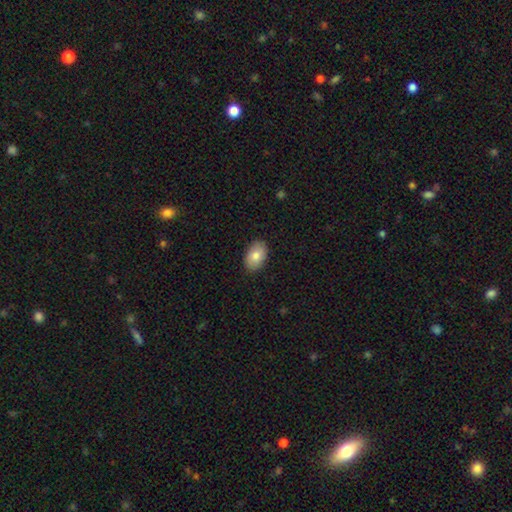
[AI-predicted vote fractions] smooth_or_featured: smooth (p=0.81) [alt: featured or disk p=0.13]
how_rounded: in between (p=0.90) [alt: round p=0.09]
merging: none (p=0.89) [alt: minor disturbance p=0.09]